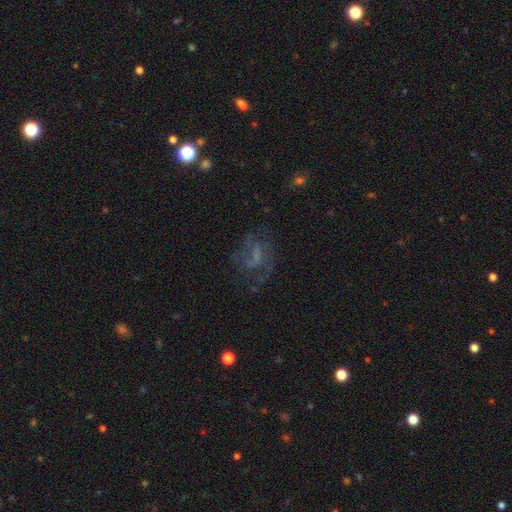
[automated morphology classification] smooth_or_featured: featured or disk (p=0.58) [alt: smooth p=0.24]
disk_edge_on: no (p=0.96) [alt: yes p=0.04]
bar: weak (p=0.42) [alt: no p=0.38]
has_spiral_arms: yes (p=0.70) [alt: no p=0.30]
bulge_size: none (p=0.57) [alt: small p=0.22]
merging: none (p=0.53) [alt: major disturbance p=0.26]